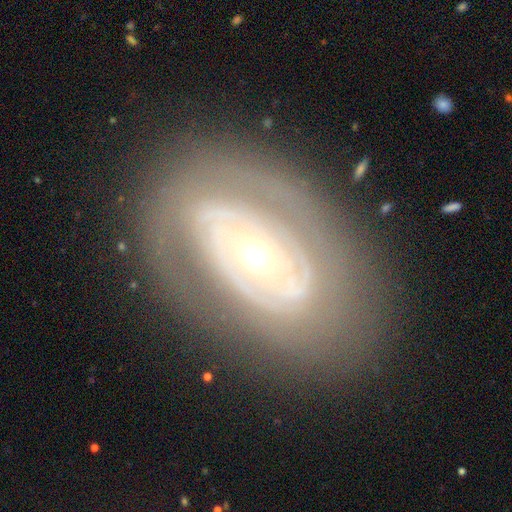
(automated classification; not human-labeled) The model was most divided on "bulge size": moderate: 51%, small: 42%, large: 5%, dominant: 1%, none: 1%. More confident: edge-on disk — no (93%); smooth or featured — featured or disk (78%); merging — none (76%); bar — no (73%); spiral arms — yes (61%).